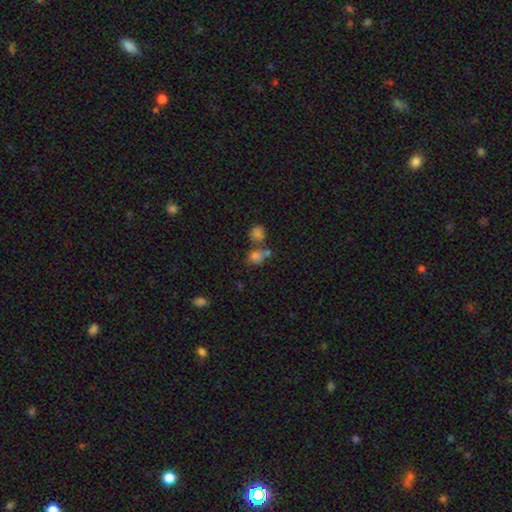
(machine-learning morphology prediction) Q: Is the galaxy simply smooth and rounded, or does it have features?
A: smooth — 74%.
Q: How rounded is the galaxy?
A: round — 71%.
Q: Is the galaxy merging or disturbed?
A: merger — 43%.